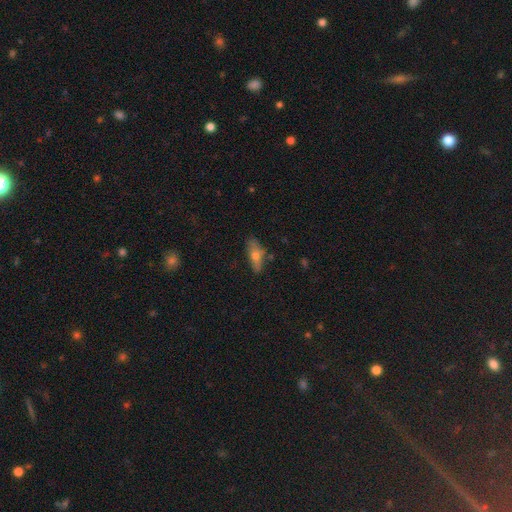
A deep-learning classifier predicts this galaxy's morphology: Smooth or featured? Predicted: smooth (p=0.63). How rounded? Predicted: in between (p=0.65). Merging? Predicted: none (p=0.71).